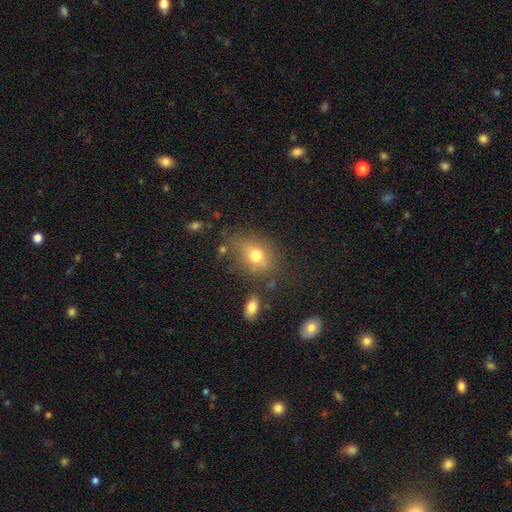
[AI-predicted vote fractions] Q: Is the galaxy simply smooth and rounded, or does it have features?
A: smooth — 68%.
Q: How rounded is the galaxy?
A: in between — 59%.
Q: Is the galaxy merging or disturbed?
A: none — 69%.